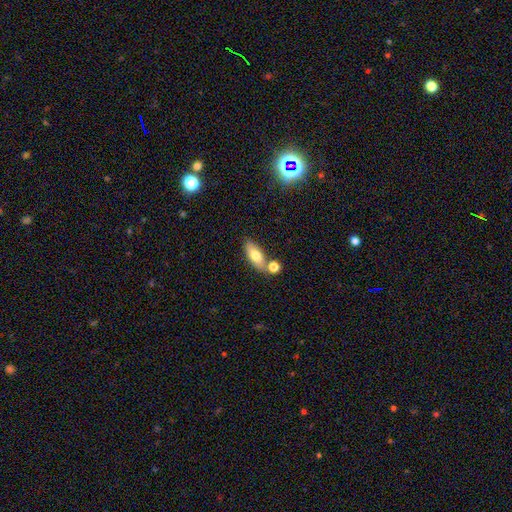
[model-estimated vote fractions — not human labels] This appears to be a smooth galaxy with no disk features (73%) that is in between round and cigar-shaped (77%). Merging: none (61%).